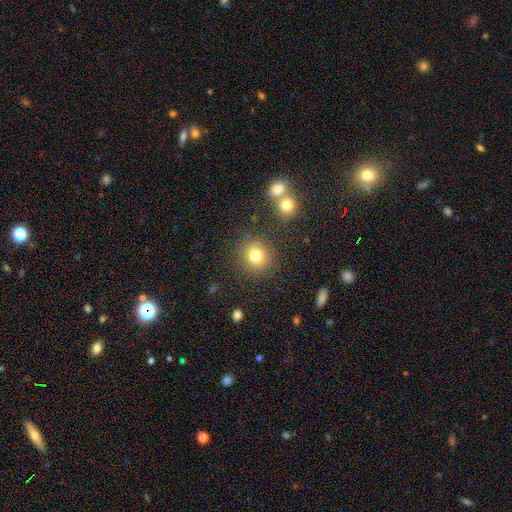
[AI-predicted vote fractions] smooth_or_featured: smooth (p=0.80) [alt: star or artifact p=0.12]
how_rounded: round (p=0.87) [alt: in between p=0.12]
merging: none (p=0.84) [alt: minor disturbance p=0.08]